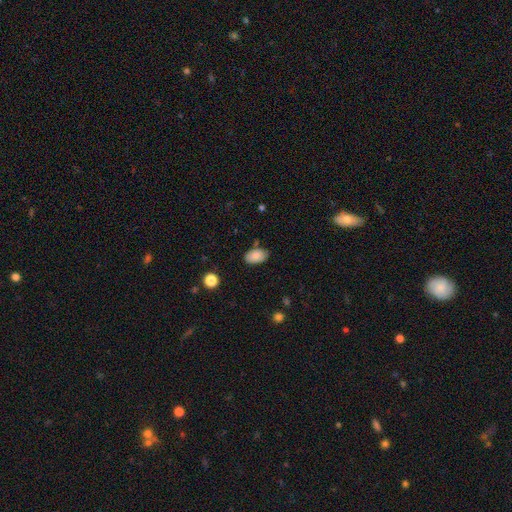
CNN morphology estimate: A smooth galaxy with no disk features (84%) that is in between round and cigar-shaped (91%). Merging: none (78%).